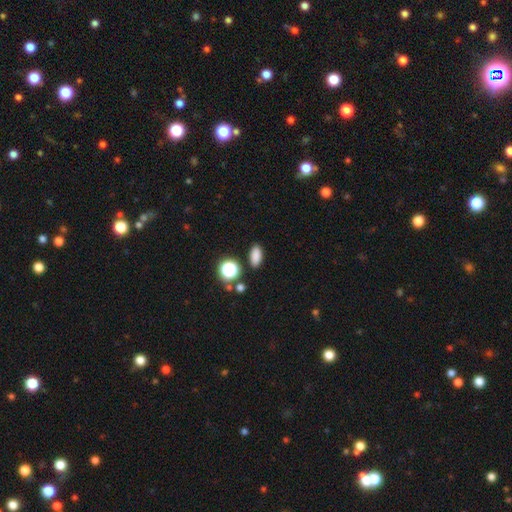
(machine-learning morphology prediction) A smooth galaxy with no disk features (82%) that is in between round and cigar-shaped (85%).

Vote fractions:
- Smooth or featured? smooth: 82% / star or artifact: 13% / featured or disk: 5%
- How rounded? in between: 85% / round: 10% / cigar-shaped: 5%
- Merging? none: 85% / minor disturbance: 9% / merger: 3% / major disturbance: 3%